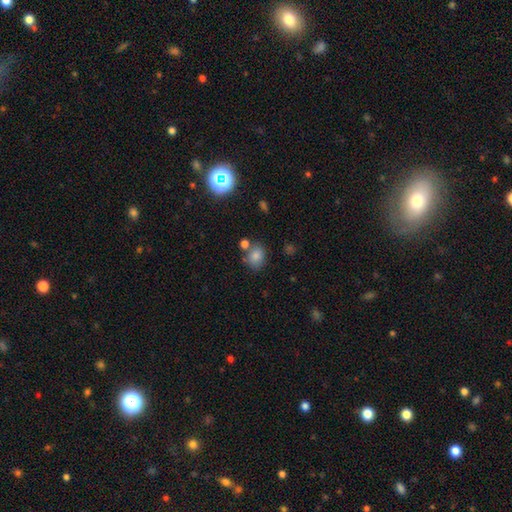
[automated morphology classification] smooth_or_featured: smooth (p=0.80) [alt: star or artifact p=0.12]
how_rounded: round (p=0.55) [alt: in between p=0.44]
merging: none (p=0.66) [alt: merger p=0.16]